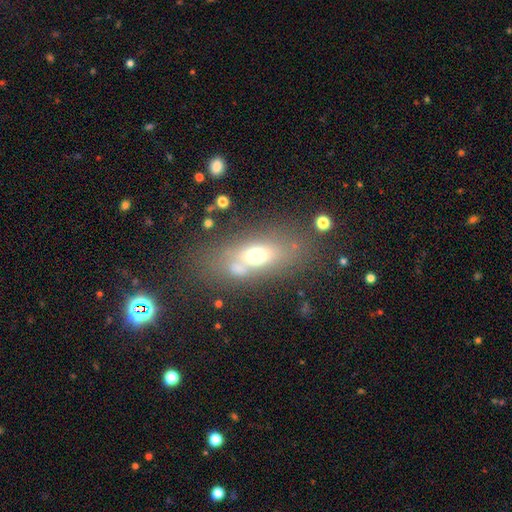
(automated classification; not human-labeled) Smooth or featured?
  - smooth: 60% *
  - featured or disk: 26%
  - star or artifact: 14%
How rounded?
  - in between: 72% *
  - cigar-shaped: 14%
  - round: 14%
Merging?
  - none: 58% *
  - minor disturbance: 15%
  - merger: 15%
  - major disturbance: 11%